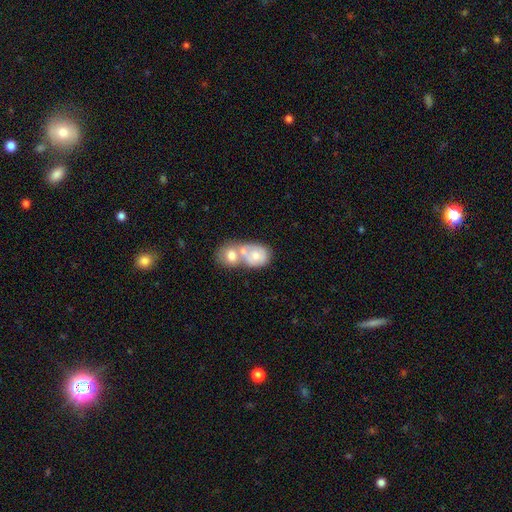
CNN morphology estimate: A smooth galaxy with no disk features (63%) that is in between round and cigar-shaped (56%).

Vote fractions:
- Smooth or featured? smooth: 63% / featured or disk: 29% / star or artifact: 7%
- How rounded? in between: 56% / round: 42% / cigar-shaped: 1%
- Merging? merger: 73% / none: 16% / minor disturbance: 7% / major disturbance: 4%